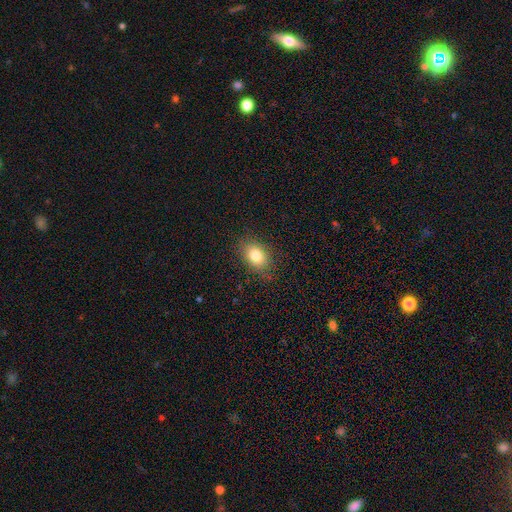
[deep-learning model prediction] Overall: smooth (81%). How rounded: in between (73%). Merging: none (84%).